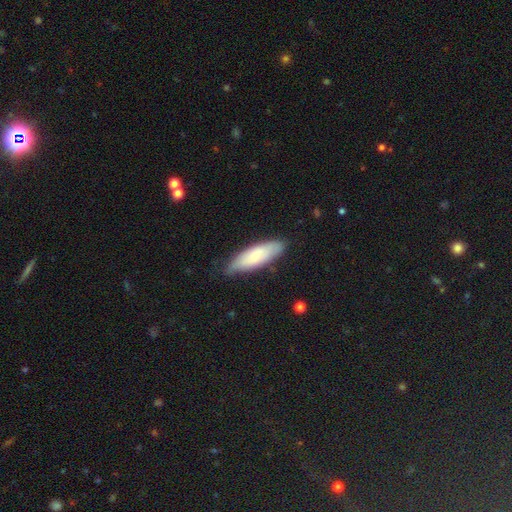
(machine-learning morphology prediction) Smooth or featured: smooth — 65% (featured or disk — 29%)
How rounded: in between — 53% (cigar-shaped — 45%)
Merging: none — 74% (minor disturbance — 21%)